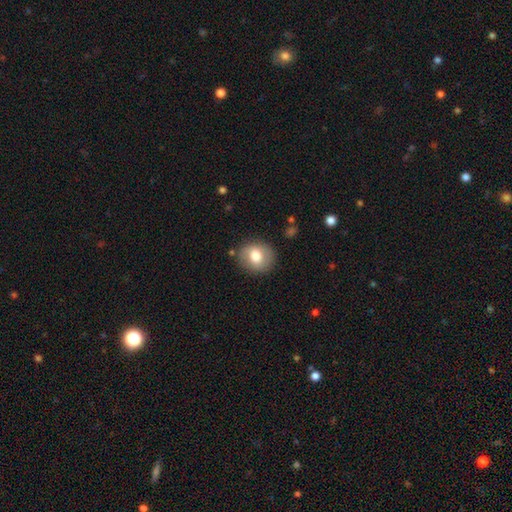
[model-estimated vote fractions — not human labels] This is likely a smooth galaxy (72%). How rounded: likely round (74%). Merging: clearly none (84%).